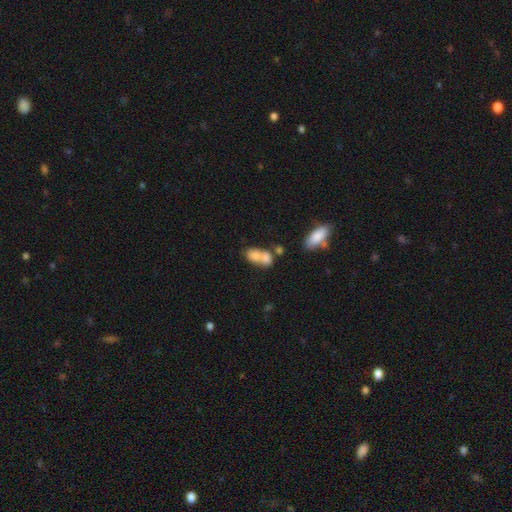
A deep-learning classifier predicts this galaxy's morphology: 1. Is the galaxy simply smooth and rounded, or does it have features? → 74% smooth, 17% featured or disk, 9% star or artifact.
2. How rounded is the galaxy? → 72% in between, 25% round, 3% cigar-shaped.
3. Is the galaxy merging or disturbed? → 66% merger, 21% none, 8% minor disturbance, 5% major disturbance.